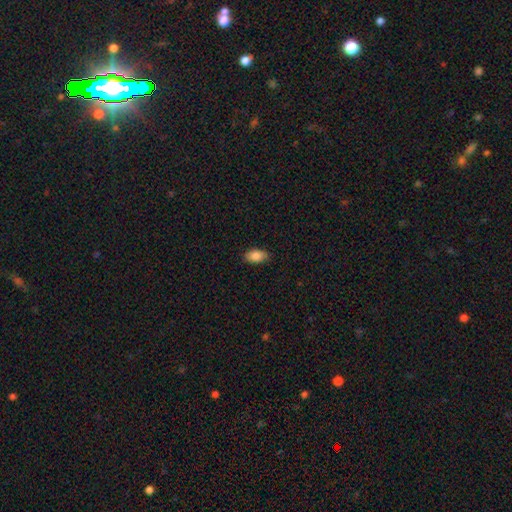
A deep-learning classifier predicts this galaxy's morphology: Smooth or featured? smooth (86%)
How rounded? in between (92%)
Merging? none (88%)